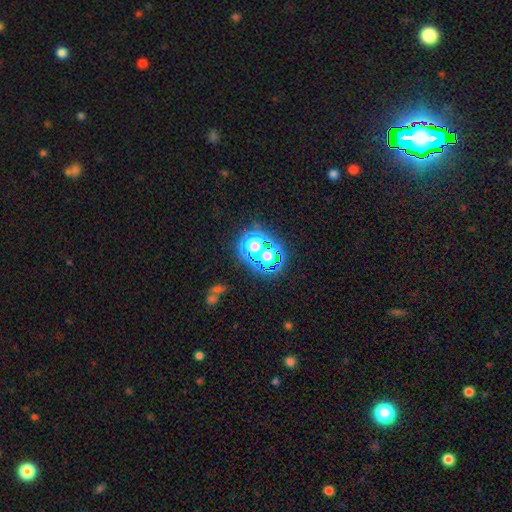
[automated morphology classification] type=star or artifact (69%).